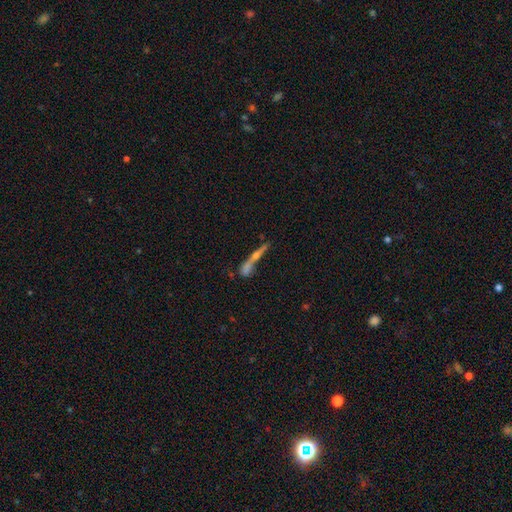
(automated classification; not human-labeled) The model was most divided on "merging": none: 45%, merger: 27%, minor disturbance: 16%, major disturbance: 12%. More confident: edge-on disk — yes (84%); smooth or featured — featured or disk (58%).